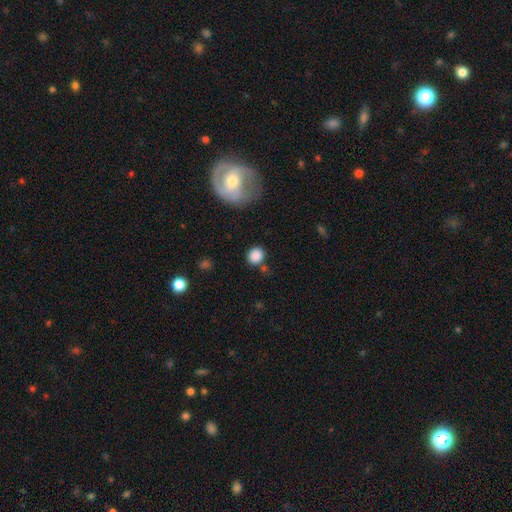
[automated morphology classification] Smooth or featured? smooth (86%)
How rounded? round (86%)
Merging? none (75%)